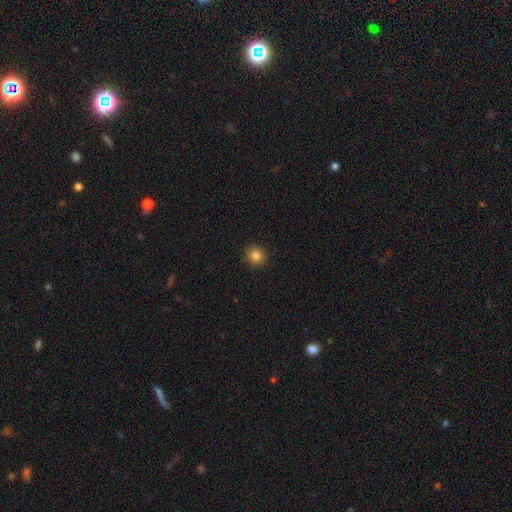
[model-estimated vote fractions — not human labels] Smooth or featured?
  - smooth: 84% *
  - star or artifact: 11%
  - featured or disk: 5%
How rounded?
  - round: 91% *
  - in between: 8%
  - cigar-shaped: 1%
Merging?
  - none: 92% *
  - minor disturbance: 5%
  - major disturbance: 2%
  - merger: 1%